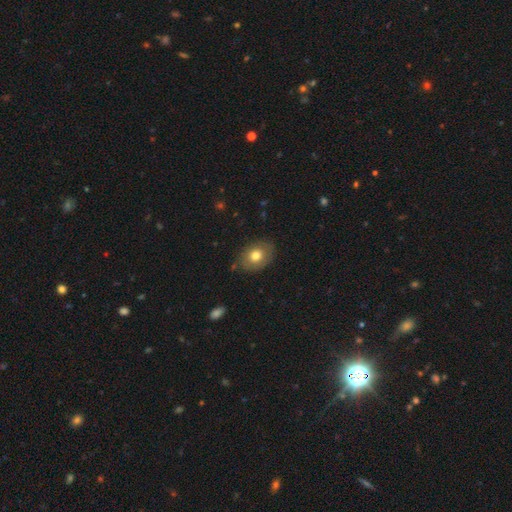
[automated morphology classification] Overall: smooth (71%). How rounded: in between (66%; round 33%). Merging: none (79%).